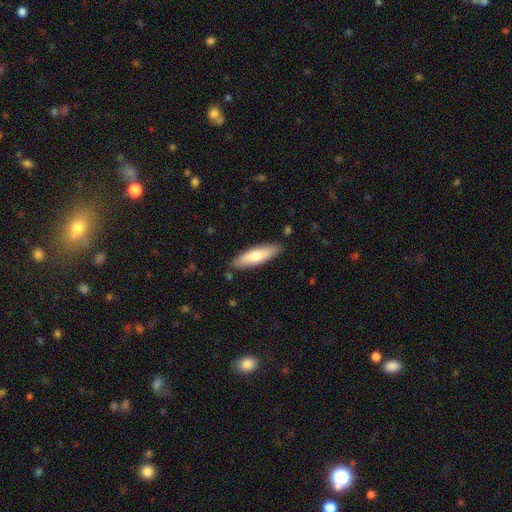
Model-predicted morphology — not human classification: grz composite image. It shows a smooth galaxy with no disk features (70%) that is cigar-shaped (58%). Merging: none (85%).